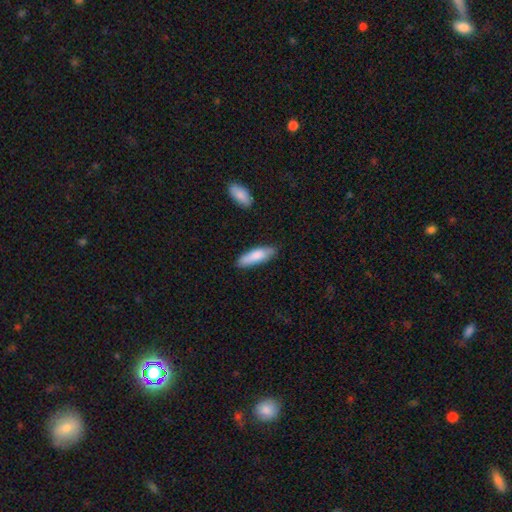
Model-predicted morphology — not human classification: Smooth or featured?
  - smooth: 81% *
  - featured or disk: 14%
  - star or artifact: 5%
How rounded?
  - cigar-shaped: 54% *
  - in between: 44%
  - round: 2%
Merging?
  - none: 82% *
  - minor disturbance: 14%
  - major disturbance: 2%
  - merger: 2%